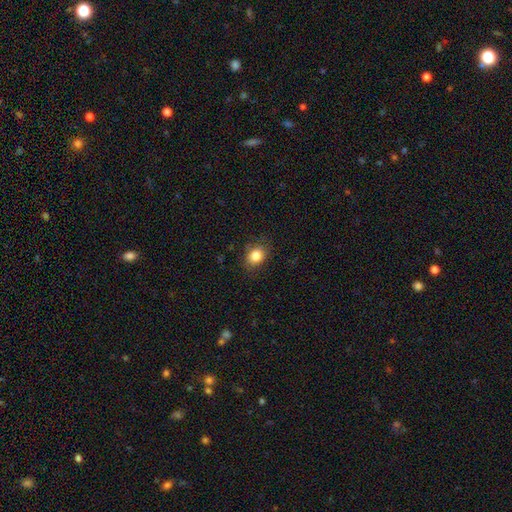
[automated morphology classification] smooth 84%, star or artifact 10%, featured or disk 6%. Down the decision tree: how rounded — round (50%); merging — none (83%).